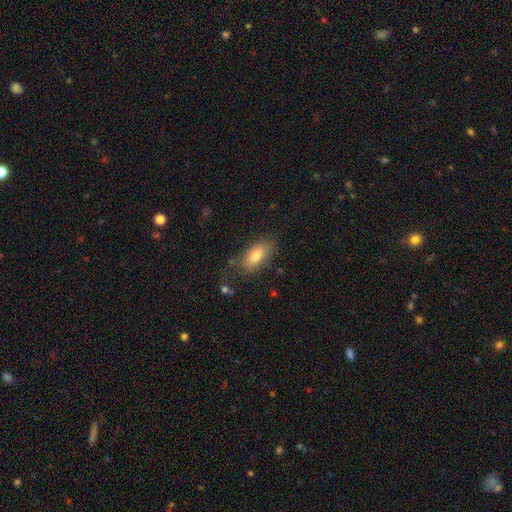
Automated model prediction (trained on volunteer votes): smooth-or-featured: smooth: 78% | featured or disk: 14% | star or artifact: 8%
  how-rounded: in between: 88% | cigar-shaped: 9% | round: 4%
  merging: none: 75% | minor disturbance: 17% | major disturbance: 6% | merger: 3%